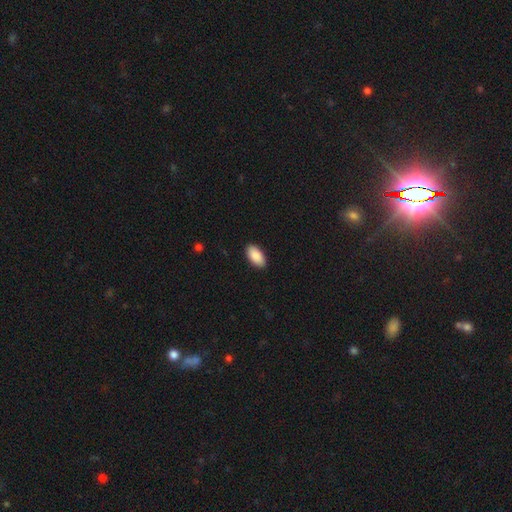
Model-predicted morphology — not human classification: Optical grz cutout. It shows a smooth galaxy with no disk features (90%) that is in between round and cigar-shaped (95%). Merging: none (90%).